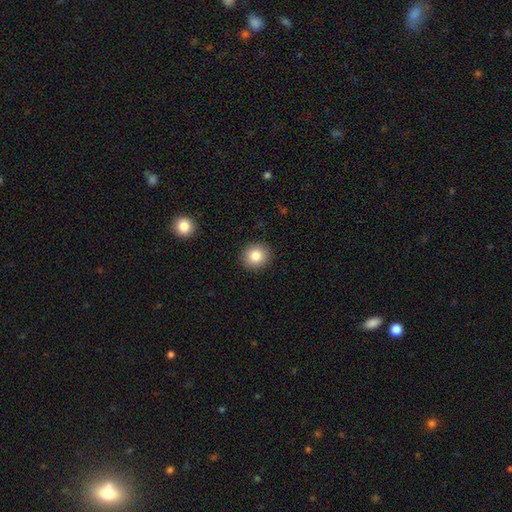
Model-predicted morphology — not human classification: A smooth galaxy with no disk features (84%) that is round (84%).

Vote fractions:
- Smooth or featured? smooth: 84% / star or artifact: 9% / featured or disk: 7%
- How rounded? round: 84% / in between: 15% / cigar-shaped: 1%
- Merging? none: 91% / minor disturbance: 6% / major disturbance: 2% / merger: 1%